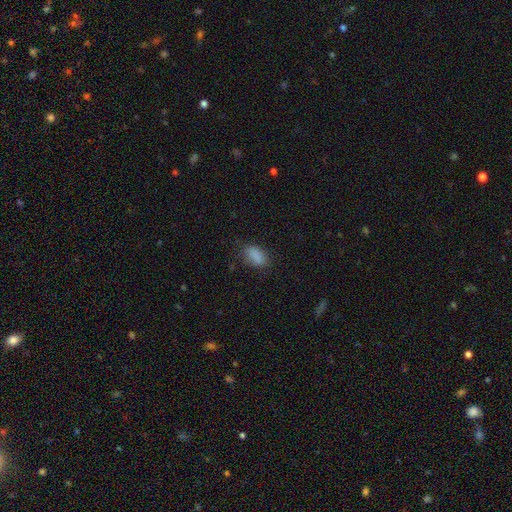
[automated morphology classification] type=smooth (86%); roundness=in between (90%); merging=none (74%).